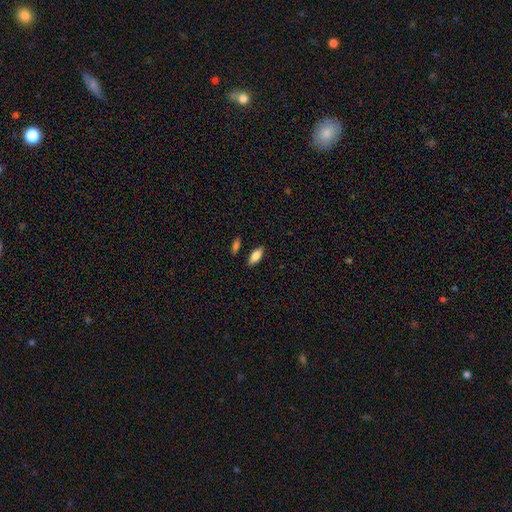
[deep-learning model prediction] Overall: smooth (83%). How rounded: in between (83%). Merging: none (84%).